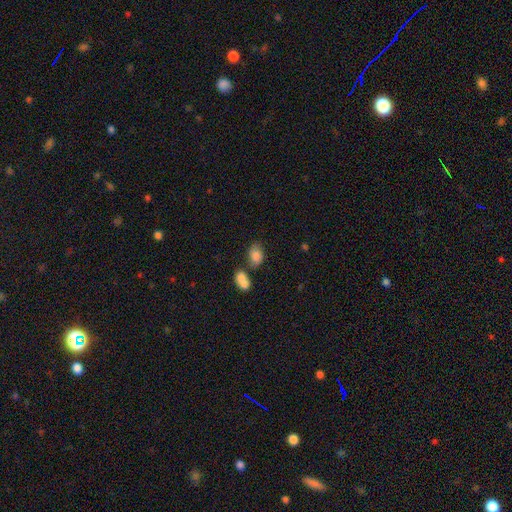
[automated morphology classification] The model was most divided on "merging": none: 49%, merger: 32%, minor disturbance: 14%, major disturbance: 5%. More confident: smooth or featured — smooth (82%); how rounded — in between (79%).